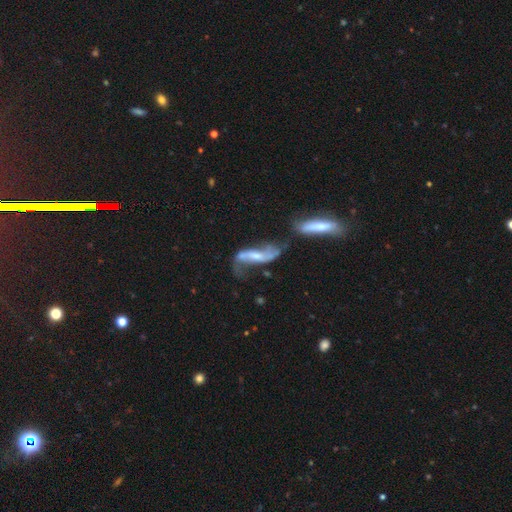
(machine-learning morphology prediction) smooth_or_featured: featured or disk (p=0.73) [alt: smooth p=0.19]
disk_edge_on: no (p=0.83) [alt: yes p=0.17]
bar: no (p=0.38) [alt: weak p=0.36]
has_spiral_arms: yes (p=0.82) [alt: no p=0.18]
bulge_size: small (p=0.41) [alt: moderate p=0.28]
merging: merger (p=0.30) [tied with: none p=0.30]